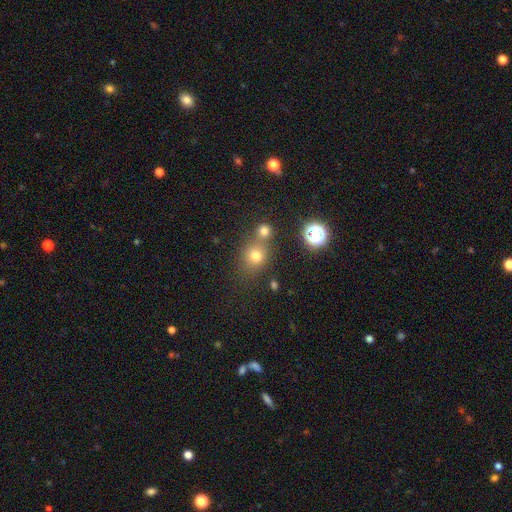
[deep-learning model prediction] Smooth or featured? smooth (72%)
How rounded? round (79%)
Merging? none (57%)